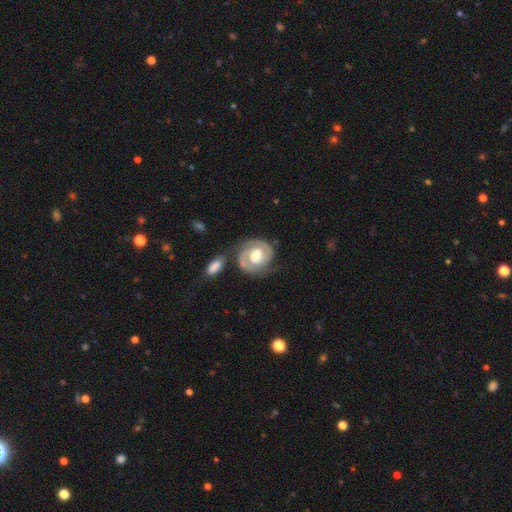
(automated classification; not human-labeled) Morphology: type=featured or disk (77%); edge-on=no (97%); bar=no (56%); spiral arms=yes (89%); winding=tight (59%); arm count=2 (76%); bulge=moderate (68%); merging=none (60%).